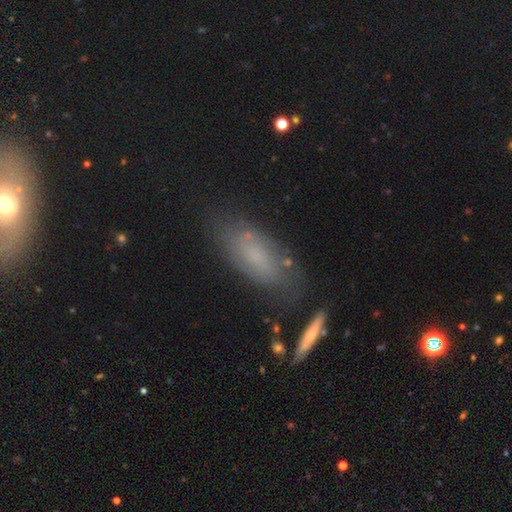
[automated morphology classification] Smooth or featured?
  - smooth: 55% *
  - featured or disk: 34%
  - star or artifact: 11%
How rounded?
  - in between: 81% *
  - cigar-shaped: 15%
  - round: 3%
Merging?
  - none: 67% *
  - minor disturbance: 20%
  - major disturbance: 7%
  - merger: 6%